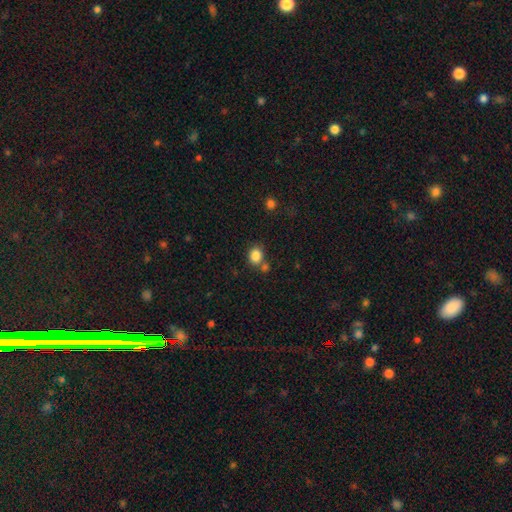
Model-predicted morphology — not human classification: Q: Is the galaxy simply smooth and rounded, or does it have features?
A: smooth — 84%.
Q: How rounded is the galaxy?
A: round — 66%.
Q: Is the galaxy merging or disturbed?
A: none — 66%.